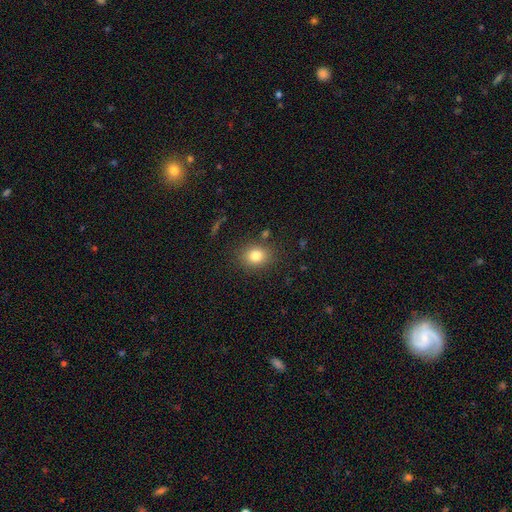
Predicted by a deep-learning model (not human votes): Overall: smooth (81%). How rounded: round (62%; in between 37%). Merging: none (84%).